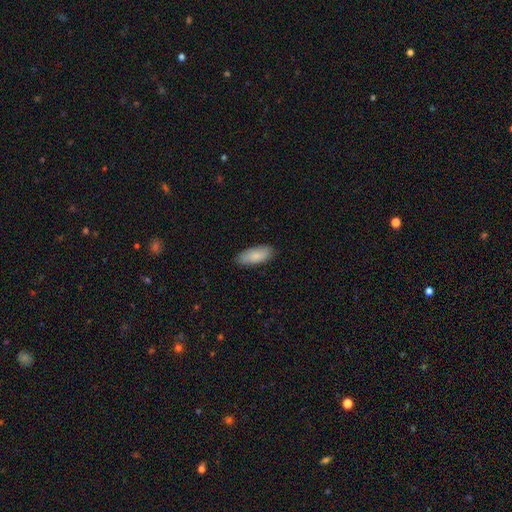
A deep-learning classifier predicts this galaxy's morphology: smooth_or_featured: smooth (p=0.83) [alt: featured or disk p=0.11]
how_rounded: in between (p=0.83) [alt: cigar-shaped p=0.15]
merging: none (p=0.85) [alt: minor disturbance p=0.12]